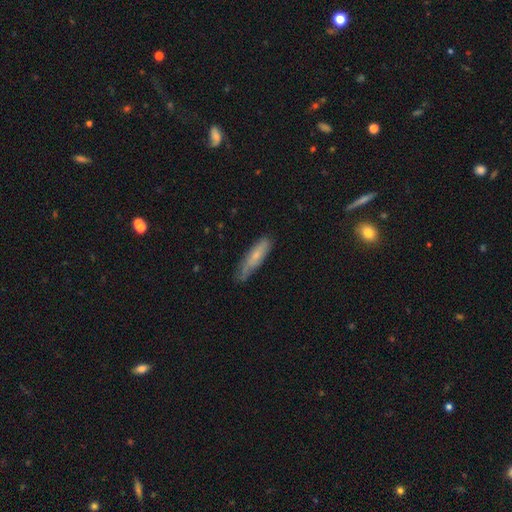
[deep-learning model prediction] smooth 63%, featured or disk 30%, star or artifact 7%. Down the decision tree: how rounded — cigar-shaped (73%); merging — none (63%).